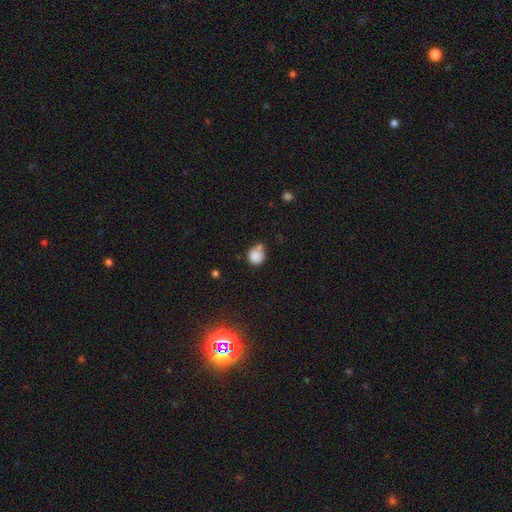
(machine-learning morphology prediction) smooth 84%, star or artifact 10%, featured or disk 6%. Down the decision tree: how rounded — round (82%); merging — none (50%).